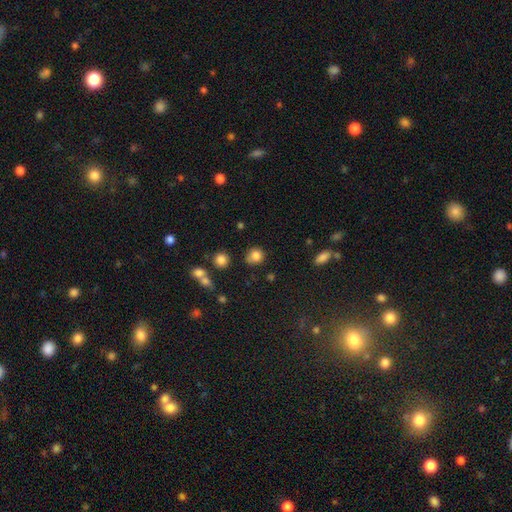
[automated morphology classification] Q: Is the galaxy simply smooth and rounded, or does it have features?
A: smooth — 82%.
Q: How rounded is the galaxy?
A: round — 81%.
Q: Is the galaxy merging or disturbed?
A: none — 71%.